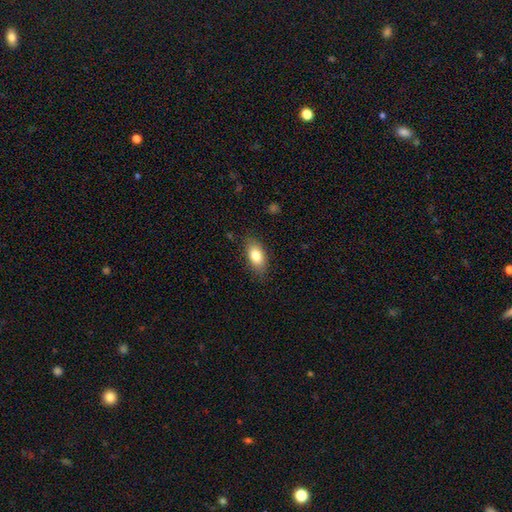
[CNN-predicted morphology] Q: Smooth or featured?
A: smooth (80%); runner-up: featured or disk (12%)
Q: How rounded?
A: in between (88%); runner-up: cigar-shaped (6%)
Q: Merging?
A: none (82%); runner-up: minor disturbance (14%)